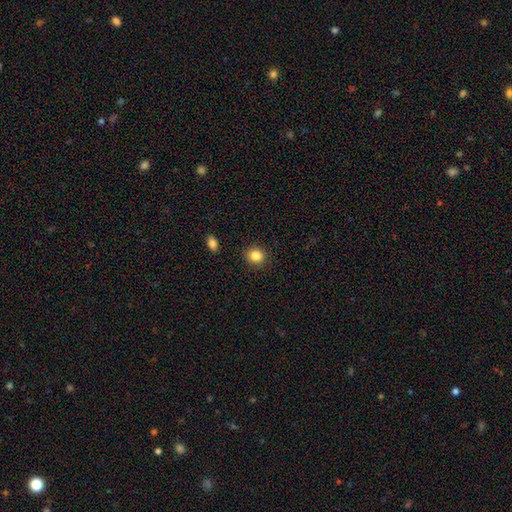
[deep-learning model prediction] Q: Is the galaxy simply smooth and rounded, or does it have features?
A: smooth — 86%.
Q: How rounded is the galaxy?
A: round — 84%.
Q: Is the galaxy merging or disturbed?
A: none — 90%.